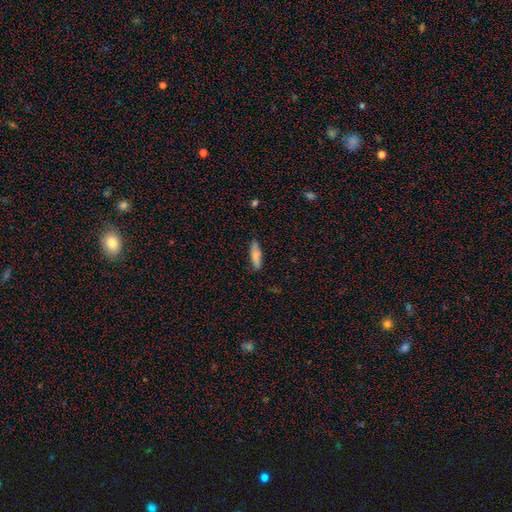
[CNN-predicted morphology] The model was most divided on "how rounded": cigar-shaped: 62%, in between: 36%, round: 2%. More confident: smooth or featured — smooth (83%); merging — none (82%).